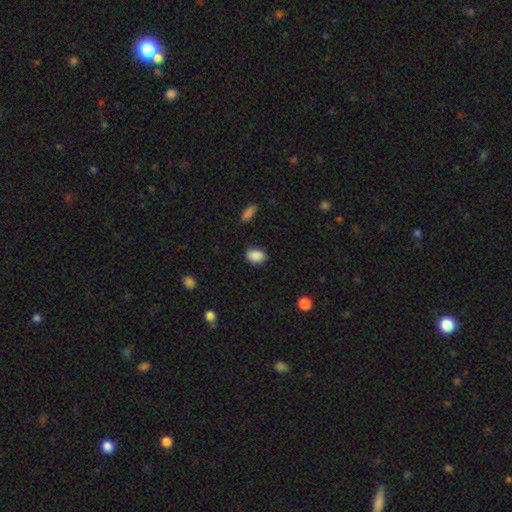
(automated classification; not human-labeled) Smooth or featured? smooth (88%)
How rounded? in between (83%)
Merging? none (83%)